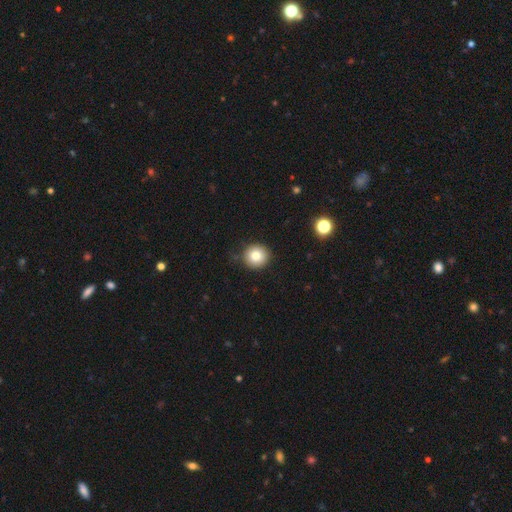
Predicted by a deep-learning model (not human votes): smooth_or_featured: smooth (p=0.80) [alt: star or artifact p=0.10]
how_rounded: round (p=0.92) [alt: in between p=0.07]
merging: none (p=0.87) [alt: minor disturbance p=0.09]